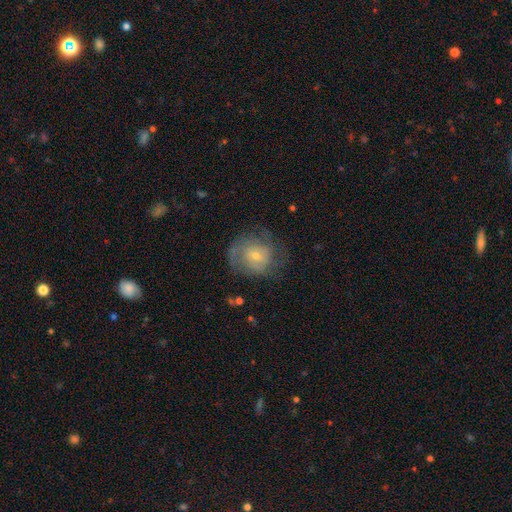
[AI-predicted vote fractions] Q: Smooth or featured?
A: featured or disk (55%); runner-up: smooth (35%)
Q: Edge-on disk?
A: no (97%); runner-up: yes (3%)
Q: Bar?
A: no (66%); runner-up: weak (28%)
Q: Spiral arms?
A: yes (74%); runner-up: no (26%)
Q: Bulge size?
A: small (61%); runner-up: moderate (33%)
Q: Merging?
A: none (63%); runner-up: minor disturbance (21%)